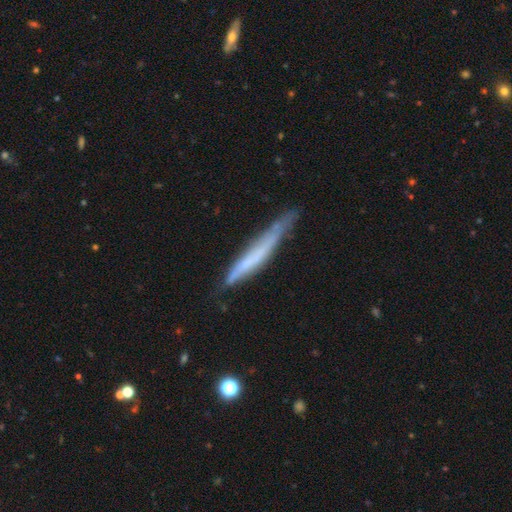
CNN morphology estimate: type=smooth (47%); merging=none (55%).